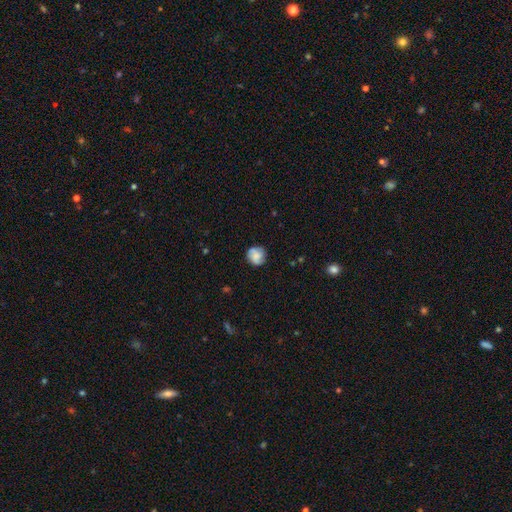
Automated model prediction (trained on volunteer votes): This appears to be a smooth galaxy with no disk features (59%) that is round (84%). Merging: none (73%).